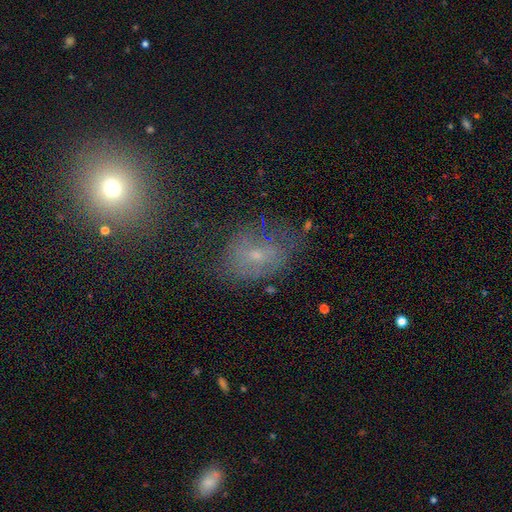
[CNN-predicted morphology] Smooth or featured: smooth — 41% (featured or disk — 36%)
Merging: none — 56% (minor disturbance — 25%)